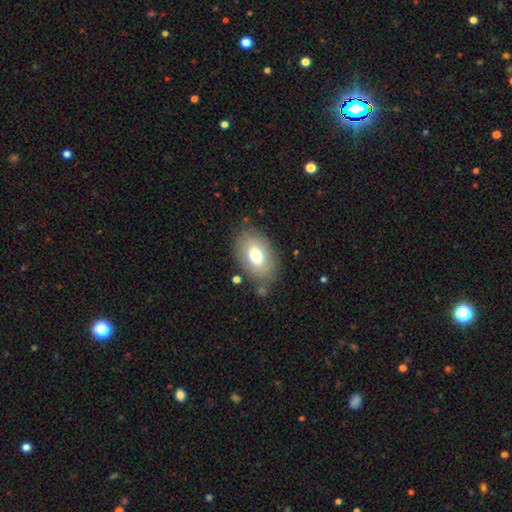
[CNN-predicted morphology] Smooth or featured?
  - smooth: 70% *
  - featured or disk: 21%
  - star or artifact: 9%
How rounded?
  - in between: 87% *
  - round: 11%
  - cigar-shaped: 1%
Merging?
  - none: 77% *
  - minor disturbance: 15%
  - major disturbance: 5%
  - merger: 3%